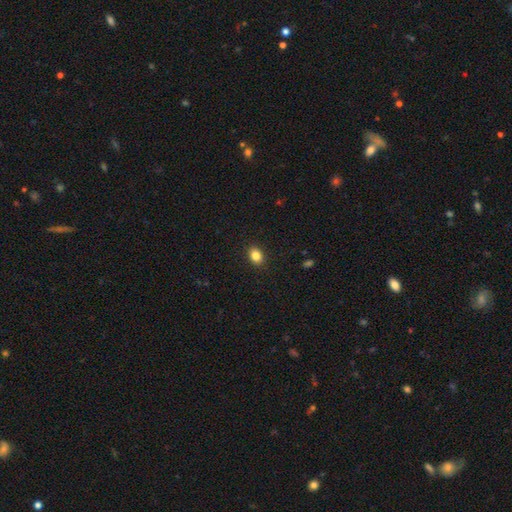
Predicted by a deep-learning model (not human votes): Smooth or featured: smooth — 85% (star or artifact — 10%)
How rounded: in between — 66% (round — 33%)
Merging: none — 90% (minor disturbance — 7%)